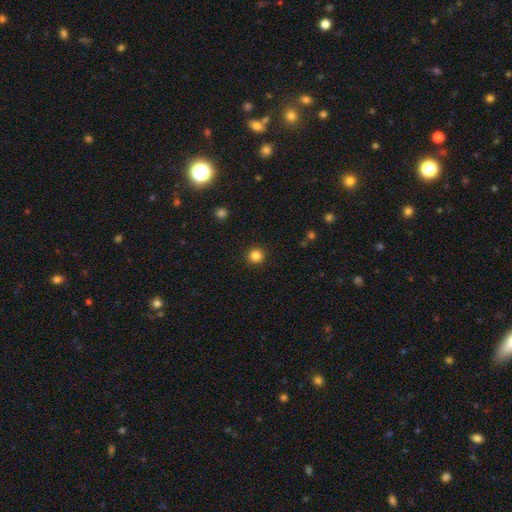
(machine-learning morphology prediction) Smooth or featured: smooth — 84% (star or artifact — 12%)
How rounded: round — 95% (in between — 4%)
Merging: none — 92% (minor disturbance — 5%)